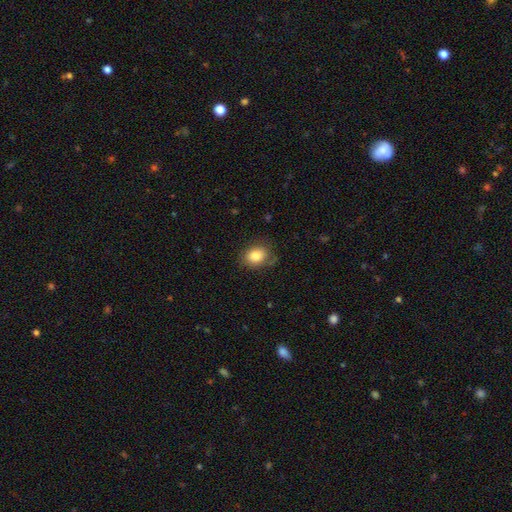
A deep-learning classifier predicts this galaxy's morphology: Smooth or featured?
  - smooth: 84% *
  - star or artifact: 9%
  - featured or disk: 7%
How rounded?
  - in between: 55% *
  - round: 44%
  - cigar-shaped: 1%
Merging?
  - none: 76% *
  - minor disturbance: 17%
  - major disturbance: 5%
  - merger: 2%